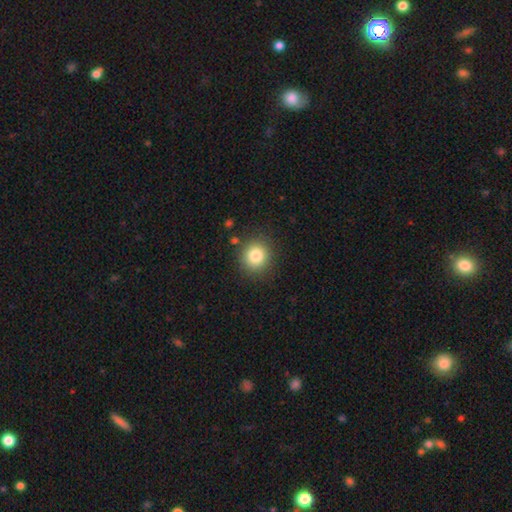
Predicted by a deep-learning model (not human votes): A smooth galaxy with no disk features (82%) that is round (89%).

Vote fractions:
- Smooth or featured? smooth: 82% / star or artifact: 11% / featured or disk: 7%
- How rounded? round: 89% / in between: 10% / cigar-shaped: 1%
- Merging? none: 87% / minor disturbance: 8% / major disturbance: 3% / merger: 2%